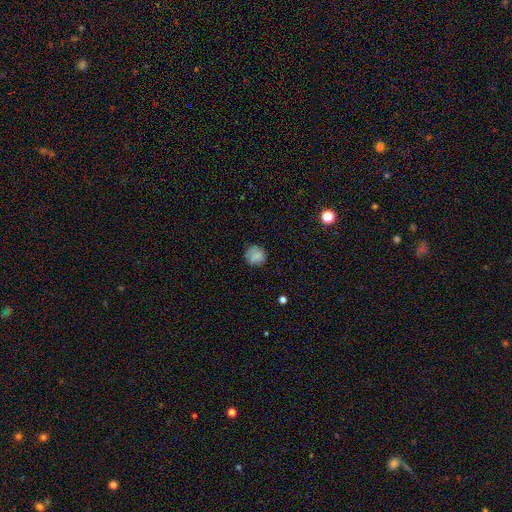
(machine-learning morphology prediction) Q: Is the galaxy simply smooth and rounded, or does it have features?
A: smooth — 85%.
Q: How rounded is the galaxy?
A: round — 90%.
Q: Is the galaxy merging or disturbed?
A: none — 82%.